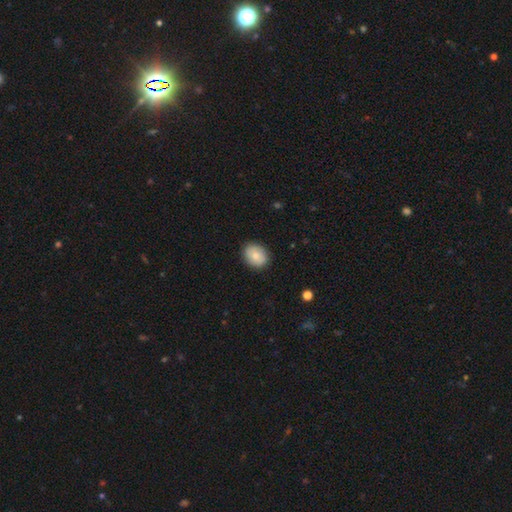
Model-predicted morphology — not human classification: A smooth galaxy with no disk features (77%) that is in between round and cigar-shaped (54%). Merging: none (87%).